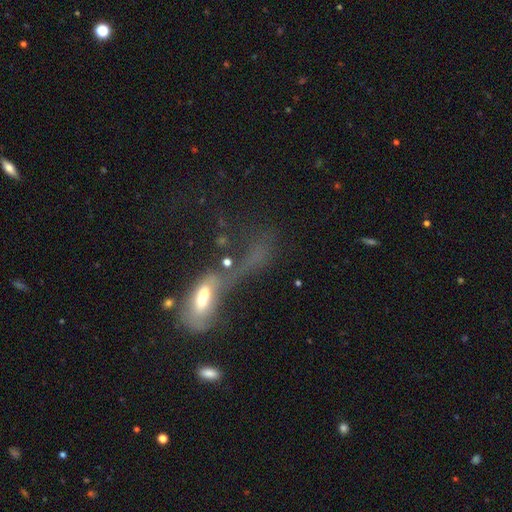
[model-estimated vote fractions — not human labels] A featured or disk galaxy (41%). Merging: major disturbance (43%).